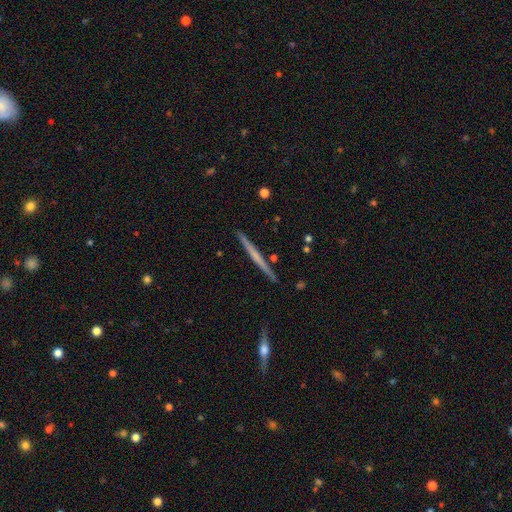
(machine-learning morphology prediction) smooth_or_featured: featured or disk (p=0.58) [alt: smooth p=0.37]
disk_edge_on: yes (p=0.98) [alt: no p=0.02]
edge_on_bulge: none (p=0.76) [alt: rounded p=0.18]
merging: none (p=0.91) [alt: minor disturbance p=0.06]